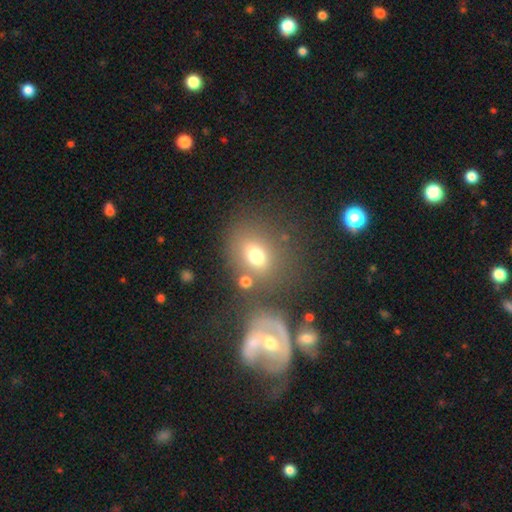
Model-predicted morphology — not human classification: Overall: smooth (70%). How rounded: round (50%; in between 48%). Merging: none (62%).